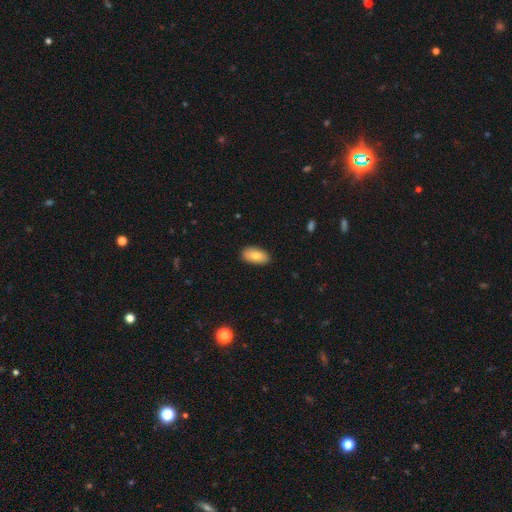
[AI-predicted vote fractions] Smooth or featured? smooth (80%)
How rounded? in between (93%)
Merging? none (88%)